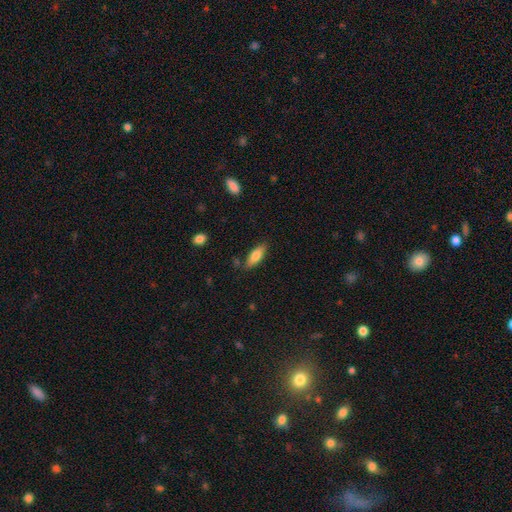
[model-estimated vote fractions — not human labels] A smooth galaxy with no disk features (75%) that is in between round and cigar-shaped (61%). Merging: none (80%).